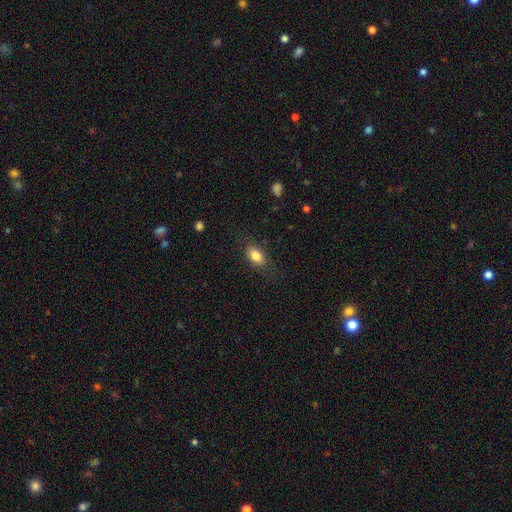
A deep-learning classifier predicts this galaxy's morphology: Smooth or featured? smooth (81%)
How rounded? in between (86%)
Merging? none (79%)